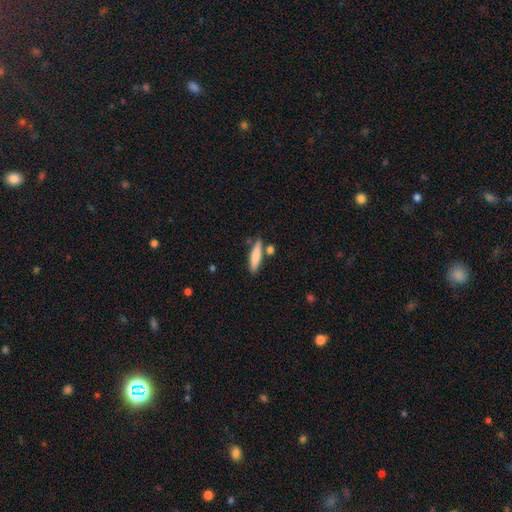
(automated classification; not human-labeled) This is likely a smooth galaxy (77%). How rounded: likely cigar-shaped (77%). Merging: likely none (75%).